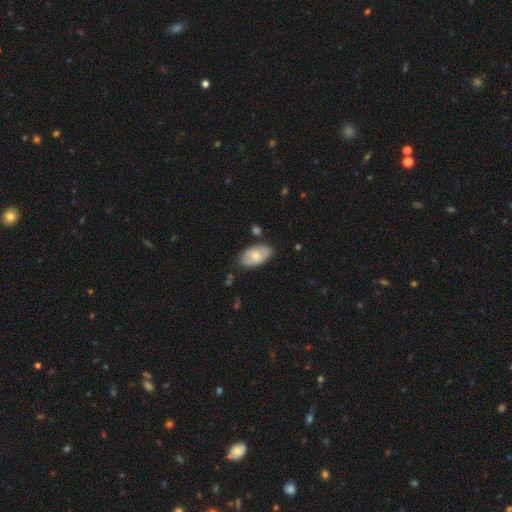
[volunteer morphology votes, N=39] smooth 69%, featured or disk 28%, star or artifact 3%. Down the decision tree: how rounded — in between (93%); merging — none (84%).